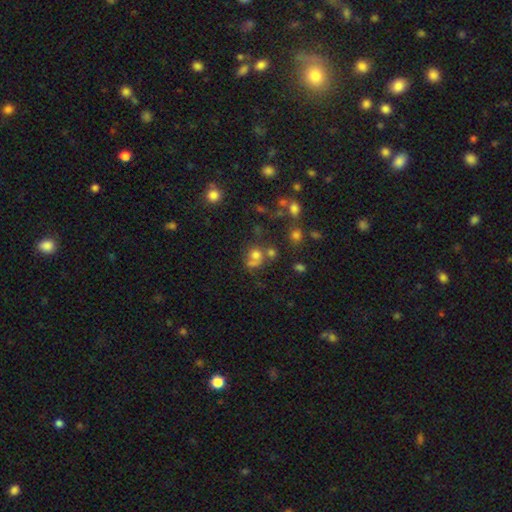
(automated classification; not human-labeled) Q: Smooth or featured?
A: smooth (63%); runner-up: star or artifact (19%)
Q: How rounded?
A: round (72%); runner-up: in between (27%)
Q: Merging?
A: none (40%); runner-up: merger (33%)